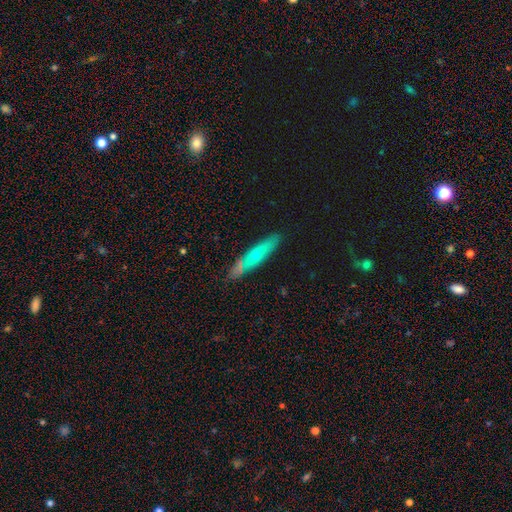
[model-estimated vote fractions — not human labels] Smooth or featured?
  - smooth: 49% *
  - featured or disk: 44%
  - star or artifact: 7%
Merging?
  - none: 79% *
  - minor disturbance: 13%
  - merger: 5%
  - major disturbance: 3%